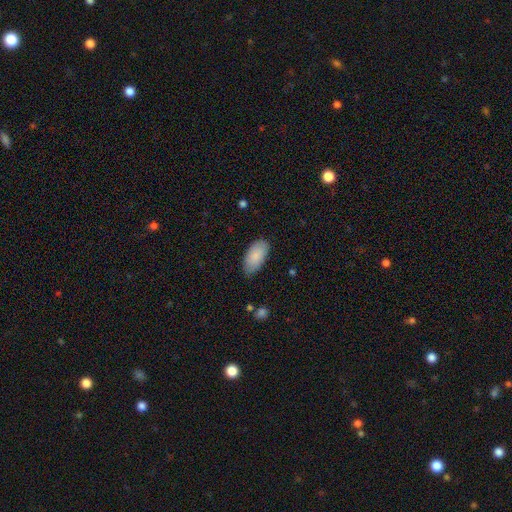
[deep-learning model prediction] A smooth galaxy with no disk features (87%) that is in between round and cigar-shaped (94%). Merging: none (79%).